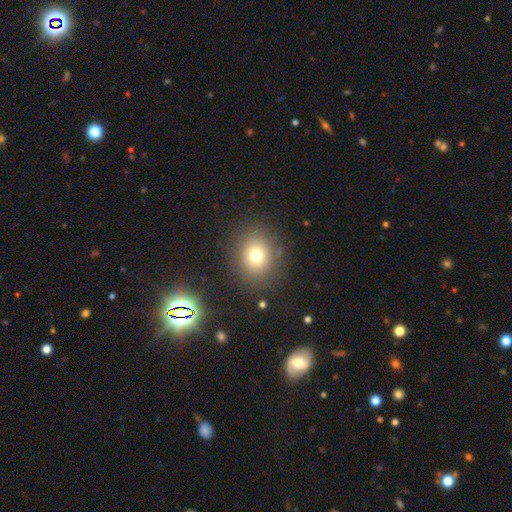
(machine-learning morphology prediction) smooth_or_featured: smooth (p=0.73) [alt: star or artifact p=0.15]
how_rounded: round (p=0.69) [alt: in between p=0.30]
merging: none (p=0.85) [alt: minor disturbance p=0.09]